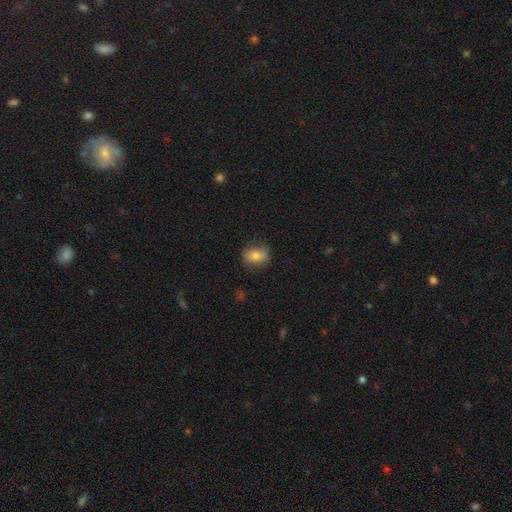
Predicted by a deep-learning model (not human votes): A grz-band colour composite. It shows a smooth galaxy with no disk features (76%) that is in between round and cigar-shaped (69%). Merging: none (76%).